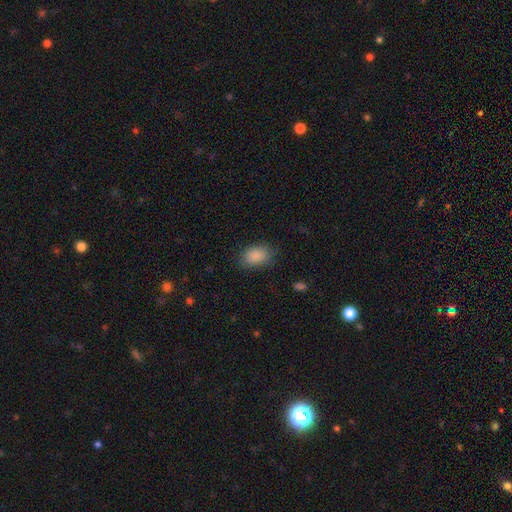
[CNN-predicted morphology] This appears to be a smooth galaxy with no disk features (88%) that is in between round and cigar-shaped (85%). Merging: none (79%).